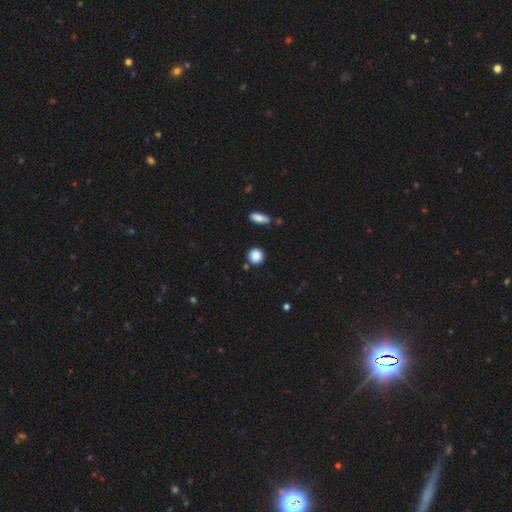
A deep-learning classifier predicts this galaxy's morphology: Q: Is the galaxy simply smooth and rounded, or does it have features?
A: smooth — 87%.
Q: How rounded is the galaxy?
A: round — 91%.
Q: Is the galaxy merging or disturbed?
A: none — 85%.